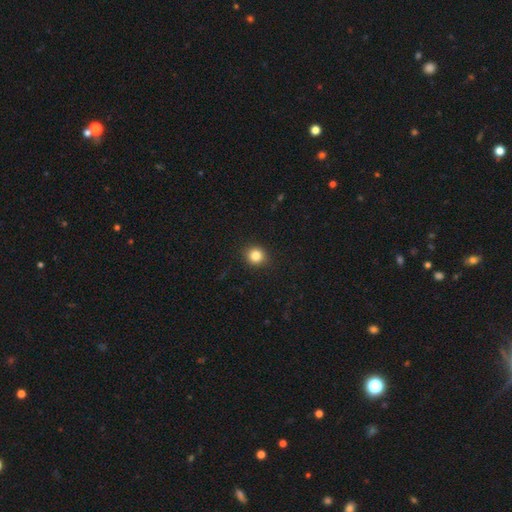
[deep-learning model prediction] smooth-or-featured: smooth: 83% | star or artifact: 11% | featured or disk: 5%
  how-rounded: round: 86% | in between: 13% | cigar-shaped: 1%
  merging: none: 91% | minor disturbance: 6% | major disturbance: 2% | merger: 1%